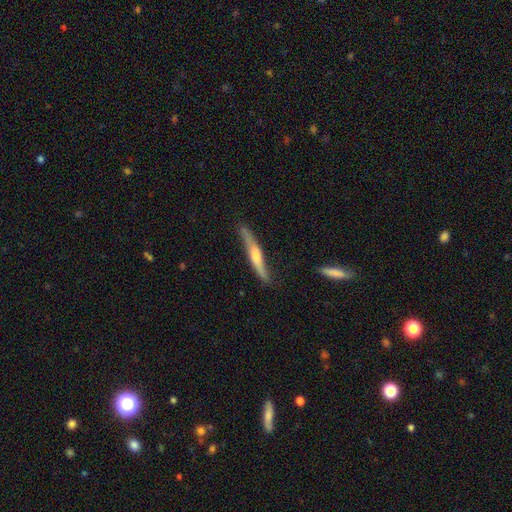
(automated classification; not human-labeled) Overall: featured or disk (58%; smooth 36%). Edge-on disk: yes (88%). Edge-on bulge: rounded (68%). Merging: none (74%).